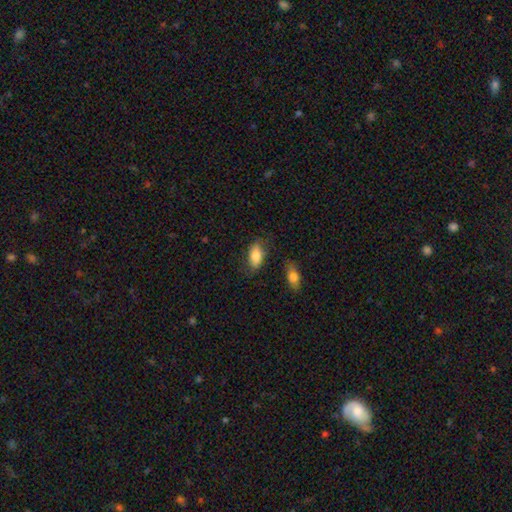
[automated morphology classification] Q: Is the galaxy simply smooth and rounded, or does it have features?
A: smooth — 82%.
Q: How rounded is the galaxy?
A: in between — 91%.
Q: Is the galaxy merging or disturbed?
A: none — 76%.